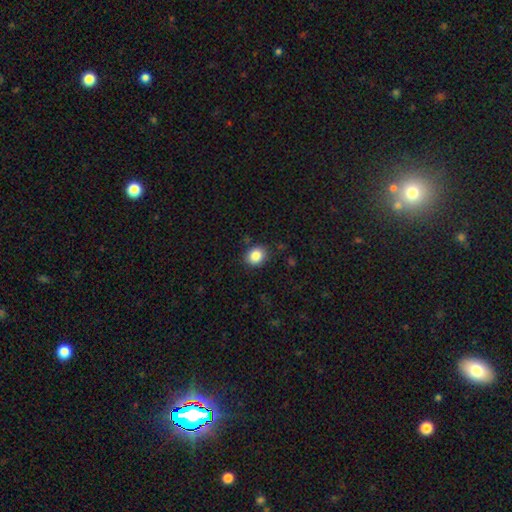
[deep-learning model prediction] Smooth or featured? smooth (85%)
How rounded? round (64%)
Merging? none (86%)